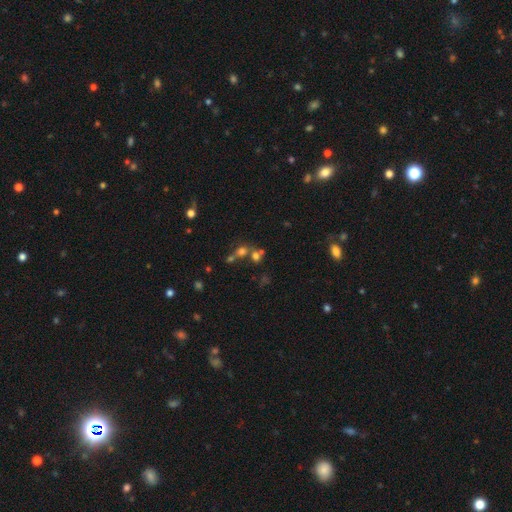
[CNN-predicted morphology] This is possibly a smooth galaxy (59%). How rounded: likely round (74%). Merging: marginally merger (44%).